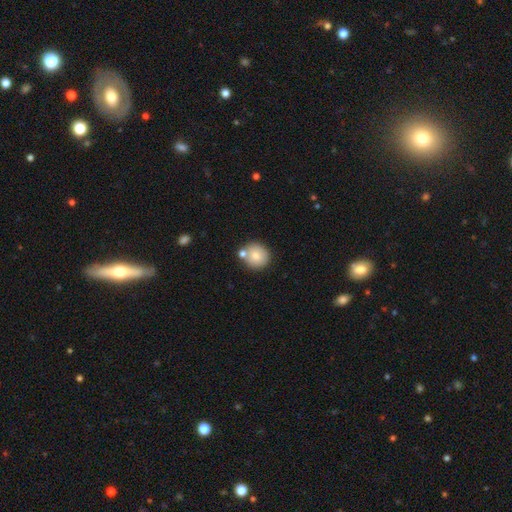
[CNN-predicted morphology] This appears to be a smooth galaxy with no disk features (78%) that is round (89%). Merging: none (67%).